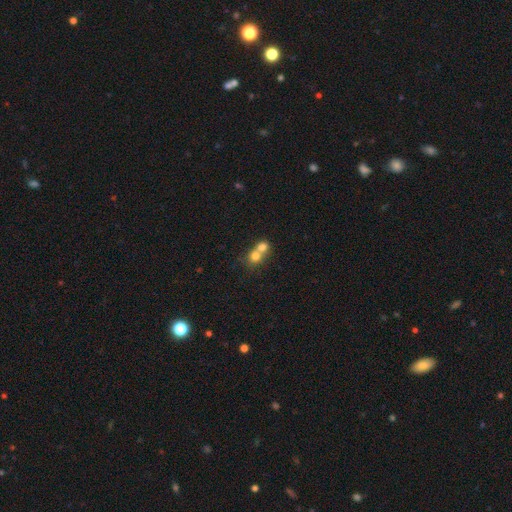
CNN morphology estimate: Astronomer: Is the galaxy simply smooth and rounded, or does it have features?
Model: smooth — 74%.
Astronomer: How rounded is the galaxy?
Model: round — 76%.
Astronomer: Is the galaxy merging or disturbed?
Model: merger — 66%.